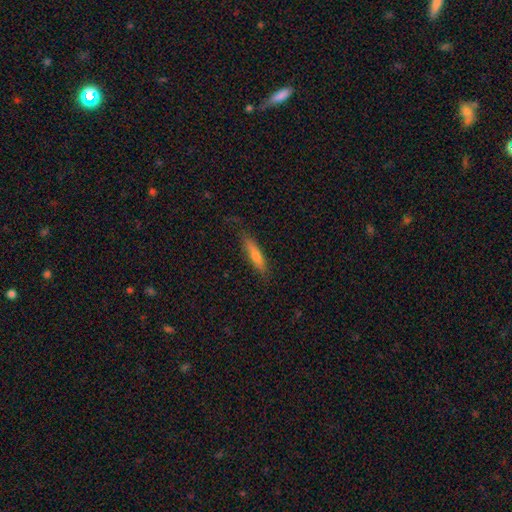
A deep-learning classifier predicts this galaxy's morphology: Smooth or featured? smooth (65%)
How rounded? cigar-shaped (85%)
Merging? none (74%)